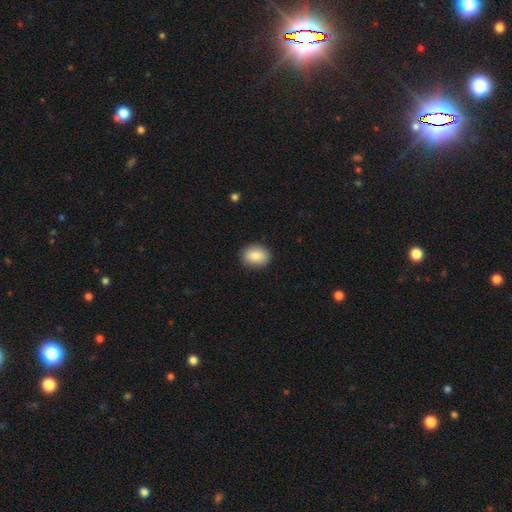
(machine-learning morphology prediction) smooth_or_featured: smooth (p=0.85) [alt: featured or disk p=0.08]
how_rounded: in between (p=0.57) [alt: round p=0.42]
merging: none (p=0.88) [alt: minor disturbance p=0.09]